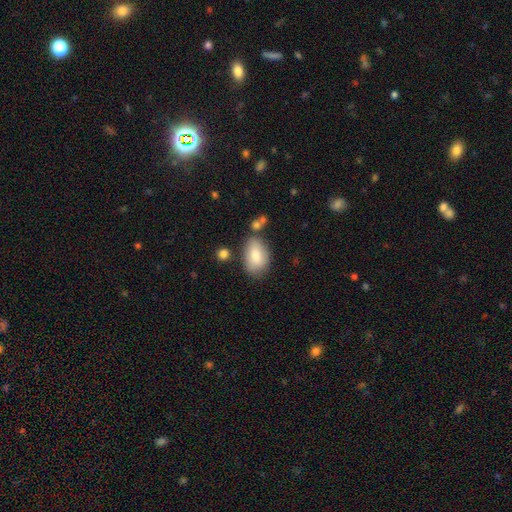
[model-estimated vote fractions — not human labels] smooth_or_featured: smooth (p=0.81) [alt: featured or disk p=0.13]
how_rounded: in between (p=0.91) [alt: round p=0.07]
merging: none (p=0.67) [alt: minor disturbance p=0.19]